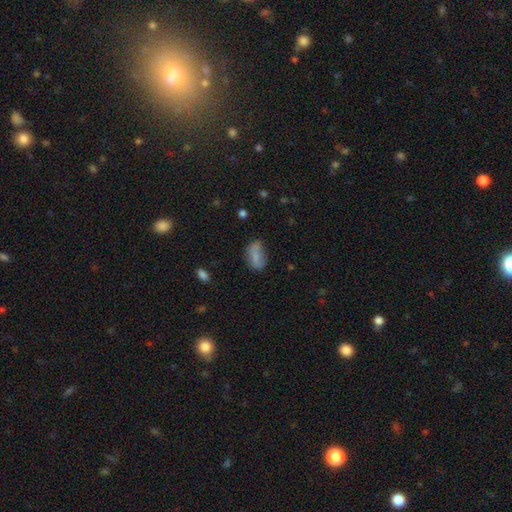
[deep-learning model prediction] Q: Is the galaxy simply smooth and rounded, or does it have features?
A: smooth — 75%.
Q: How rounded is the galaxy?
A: in between — 87%.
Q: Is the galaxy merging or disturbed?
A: none — 60%.